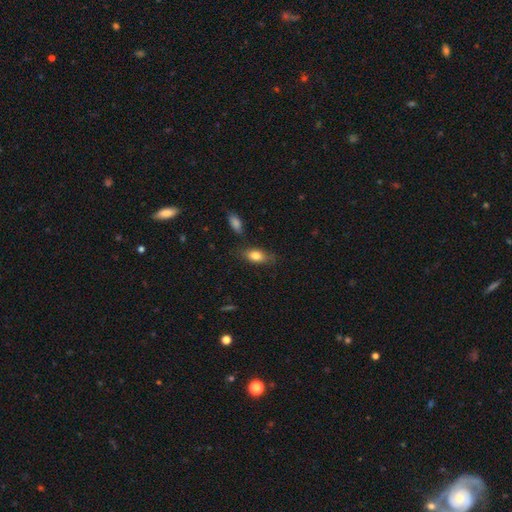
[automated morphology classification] Q: Smooth or featured?
A: smooth (79%); runner-up: featured or disk (14%)
Q: How rounded?
A: in between (83%); runner-up: cigar-shaped (11%)
Q: Merging?
A: none (74%); runner-up: minor disturbance (18%)